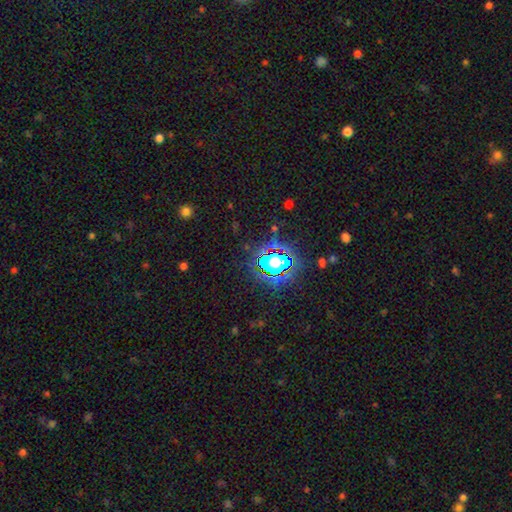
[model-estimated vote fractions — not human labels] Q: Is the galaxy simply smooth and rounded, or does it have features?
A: star or artifact — 82%.